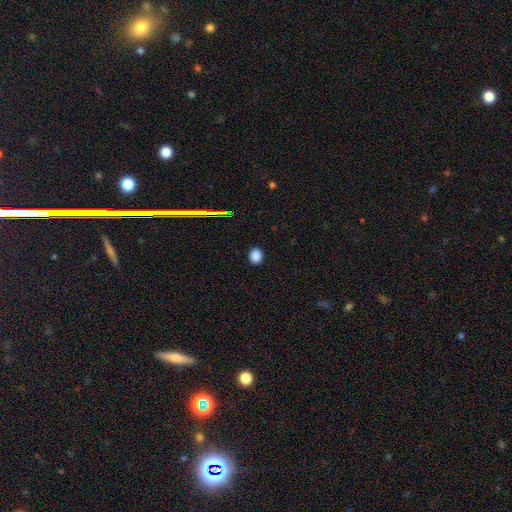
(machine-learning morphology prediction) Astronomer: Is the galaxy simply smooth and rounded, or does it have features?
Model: smooth — 86%.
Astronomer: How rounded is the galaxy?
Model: round — 54% (runner-up: in between, 45%).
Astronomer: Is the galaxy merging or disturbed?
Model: none — 90%.